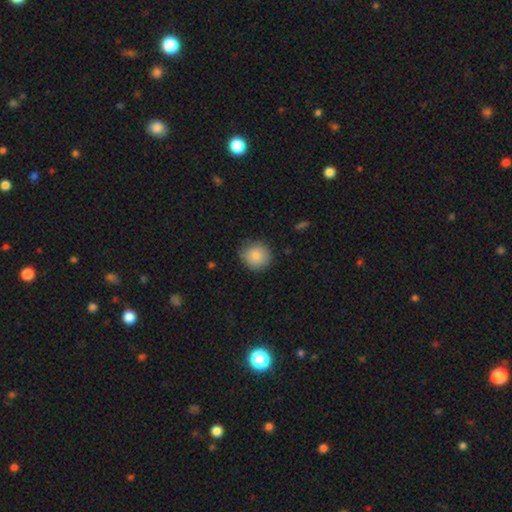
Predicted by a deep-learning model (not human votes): Q: Smooth or featured?
A: smooth (87%); runner-up: star or artifact (7%)
Q: How rounded?
A: round (89%); runner-up: in between (10%)
Q: Merging?
A: none (83%); runner-up: minor disturbance (13%)